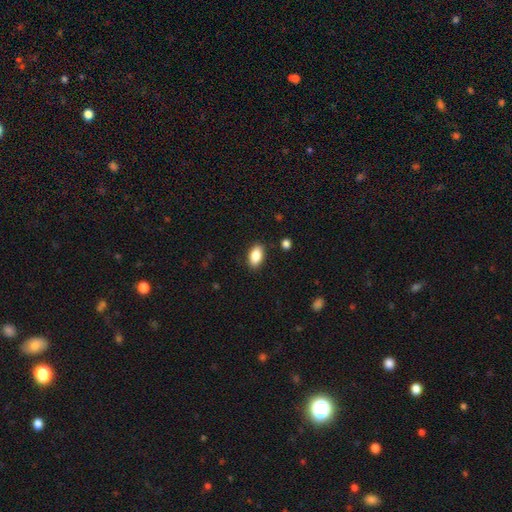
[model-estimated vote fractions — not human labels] smooth_or_featured: smooth (p=0.86) [alt: star or artifact p=0.08]
how_rounded: in between (p=0.92) [alt: round p=0.05]
merging: none (p=0.88) [alt: minor disturbance p=0.08]